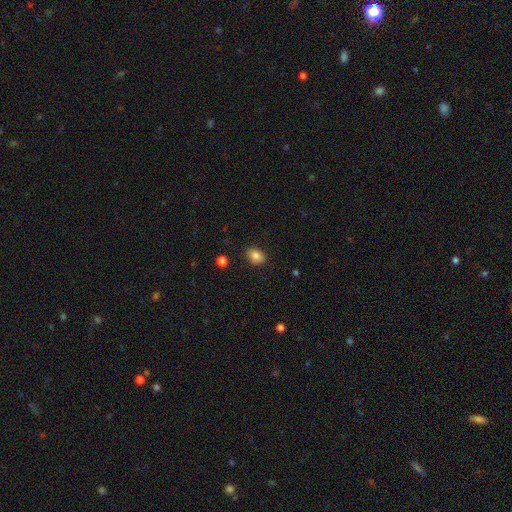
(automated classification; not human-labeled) smooth_or_featured: smooth (p=0.83) [alt: star or artifact p=0.09]
how_rounded: in between (p=0.69) [alt: round p=0.30]
merging: none (p=0.85) [alt: minor disturbance p=0.11]